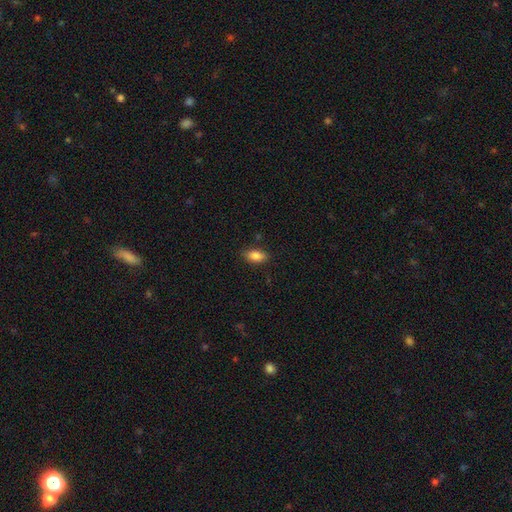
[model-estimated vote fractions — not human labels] Morphology: type=smooth (85%); roundness=in between (90%); merging=none (85%).